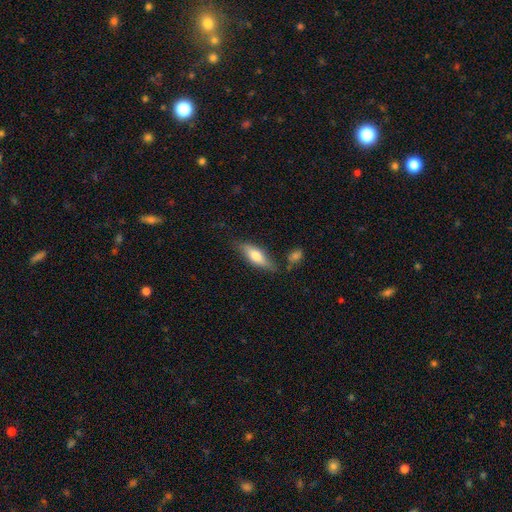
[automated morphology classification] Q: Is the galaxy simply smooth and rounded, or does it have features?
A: smooth — 69%.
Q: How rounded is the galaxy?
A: in between — 61%.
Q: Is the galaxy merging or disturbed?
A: none — 70%.